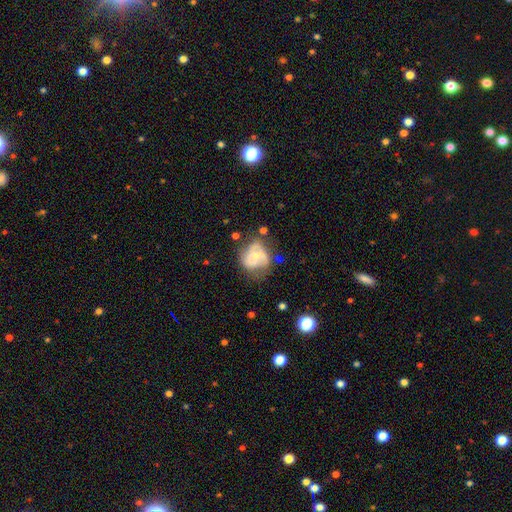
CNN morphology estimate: Smooth or featured: featured or disk — 55% (smooth — 37%)
Edge-on disk: no — 97% (yes — 3%)
Bar: no — 69% (weak — 24%)
Spiral arms: yes — 57% (no — 43%)
Bulge size: moderate — 53% (small — 41%)
Merging: none — 41% (minor disturbance — 30%)